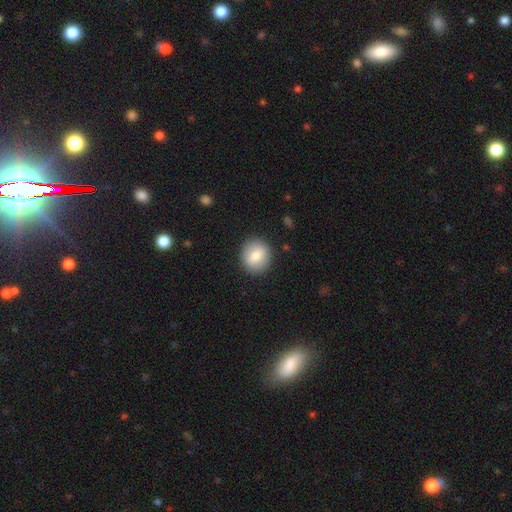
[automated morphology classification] The model was most divided on "smooth or featured": smooth: 75%, featured or disk: 17%, star or artifact: 8%. More confident: merging — none (89%); how rounded — round (85%).